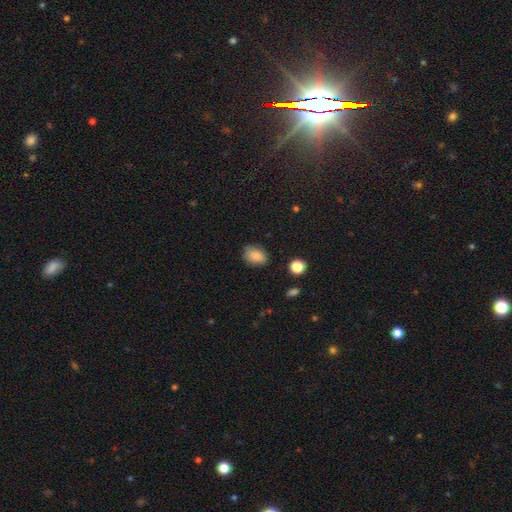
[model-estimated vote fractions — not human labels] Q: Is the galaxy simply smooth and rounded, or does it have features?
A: smooth — 85%.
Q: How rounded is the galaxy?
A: in between — 75%.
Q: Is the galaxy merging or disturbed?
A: none — 78%.